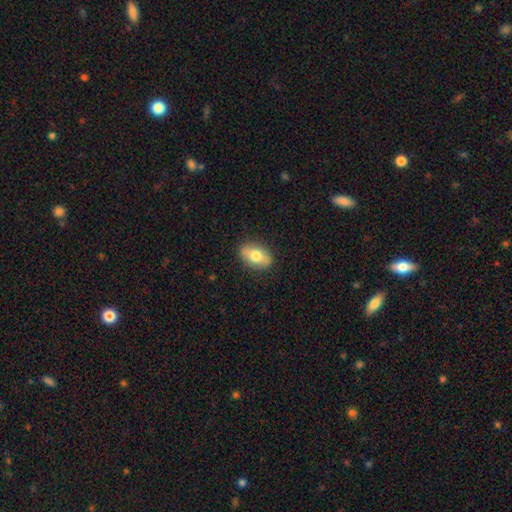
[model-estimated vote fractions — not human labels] A smooth galaxy with no disk features (68%) that is in between round and cigar-shaped (85%).

Vote fractions:
- Smooth or featured? smooth: 68% / featured or disk: 25% / star or artifact: 7%
- How rounded? in between: 85% / round: 12% / cigar-shaped: 3%
- Merging? none: 85% / minor disturbance: 11% / major disturbance: 3% / merger: 1%